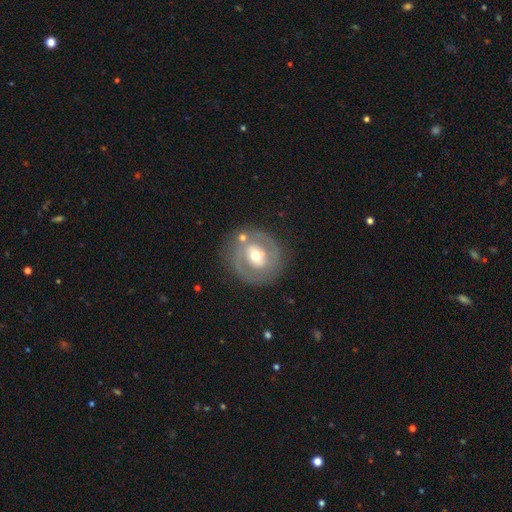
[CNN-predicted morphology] The model was most divided on "bar": weak: 40%, no: 37%, strong: 23%. More confident: edge-on disk — no (96%); merging — none (75%); bulge size — moderate (70%); smooth or featured — featured or disk (66%); spiral arms — yes (53%).